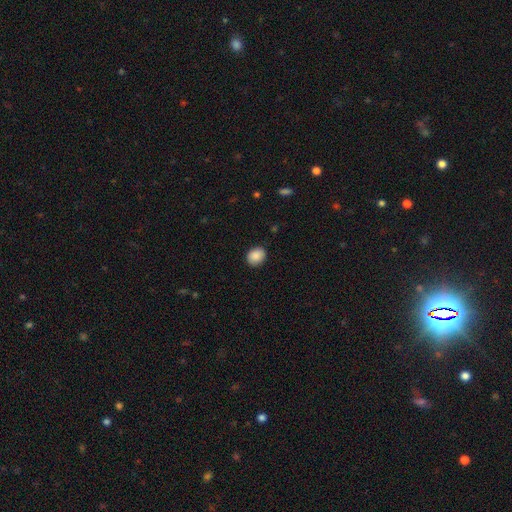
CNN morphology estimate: Q: Smooth or featured?
A: smooth (88%); runner-up: star or artifact (8%)
Q: How rounded?
A: round (63%); runner-up: in between (36%)
Q: Merging?
A: none (87%); runner-up: minor disturbance (9%)